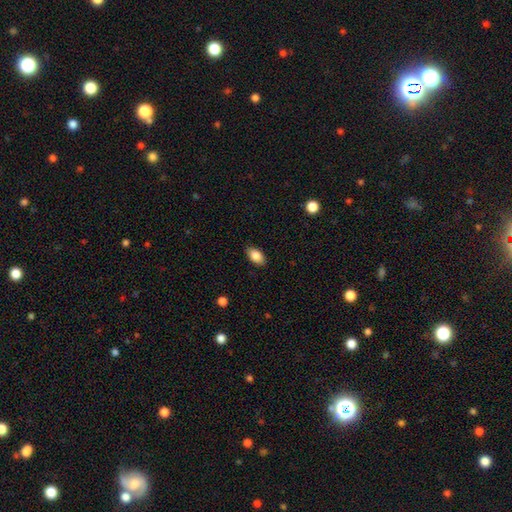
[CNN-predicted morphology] The model was most divided on "merging": none: 87%, minor disturbance: 9%, major disturbance: 2%, merger: 1%. More confident: how rounded — in between (92%); smooth or featured — smooth (86%).